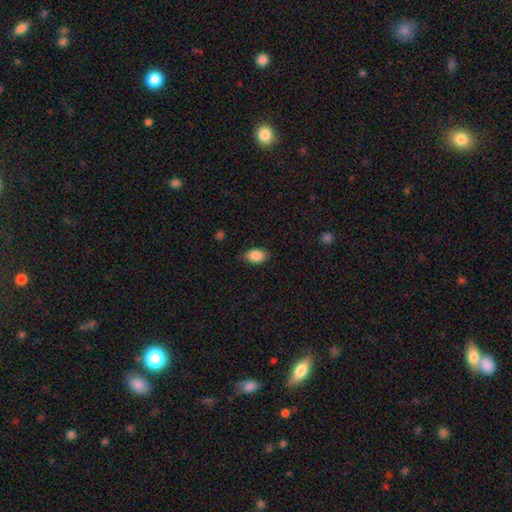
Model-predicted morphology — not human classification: type=smooth (88%); roundness=in between (89%); merging=none (84%).